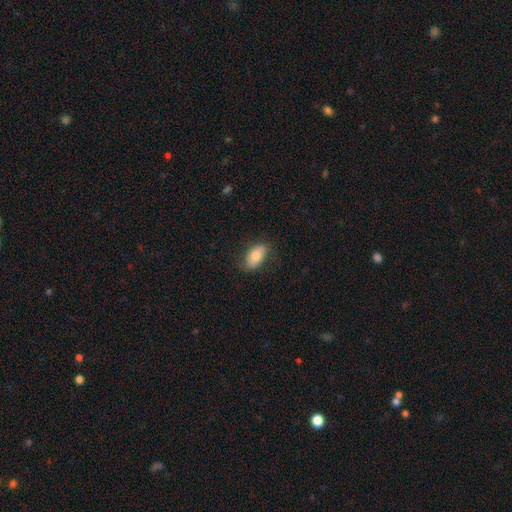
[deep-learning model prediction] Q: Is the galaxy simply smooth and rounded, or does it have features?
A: smooth — 73%.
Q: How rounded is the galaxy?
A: in between — 92%.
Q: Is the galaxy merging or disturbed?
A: none — 76%.